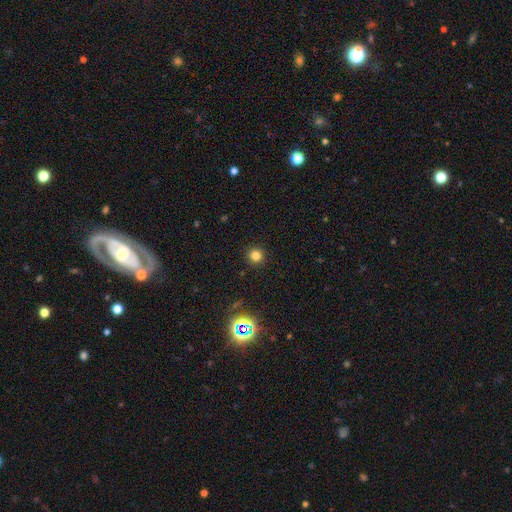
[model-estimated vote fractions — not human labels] Smooth or featured? Predicted: smooth (p=0.77). How rounded? Predicted: round (p=0.94). Merging? Predicted: none (p=0.91).